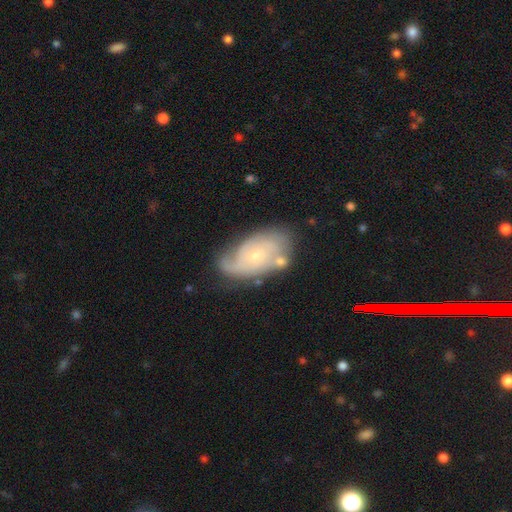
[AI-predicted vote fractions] featured or disk 72%, smooth 21%, star or artifact 7%. Down the decision tree: edge-on disk — no (95%); bar — no (73%); spiral arms — yes (88%); spiral arm count — 2 (39%); spiral winding — tight (46%); bulge size — small (74%); merging — none (58%).